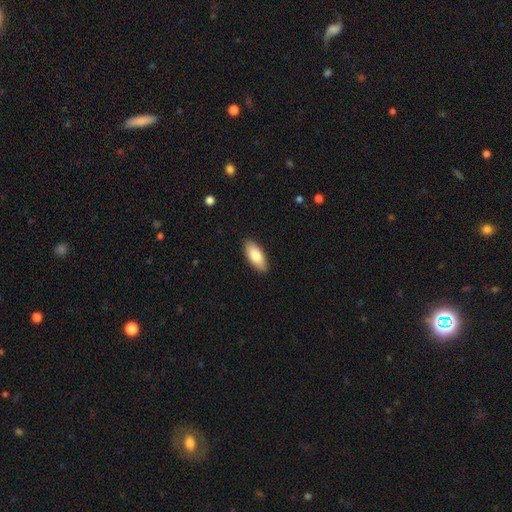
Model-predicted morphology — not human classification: A smooth galaxy with no disk features (80%) that is in between round and cigar-shaped (83%). Merging: none (89%).